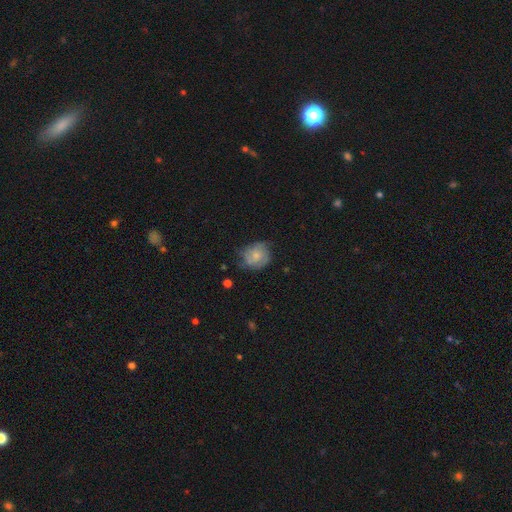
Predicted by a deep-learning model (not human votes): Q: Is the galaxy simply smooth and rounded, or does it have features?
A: smooth — 61%.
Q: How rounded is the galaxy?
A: round — 69%.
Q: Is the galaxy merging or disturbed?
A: none — 56%.